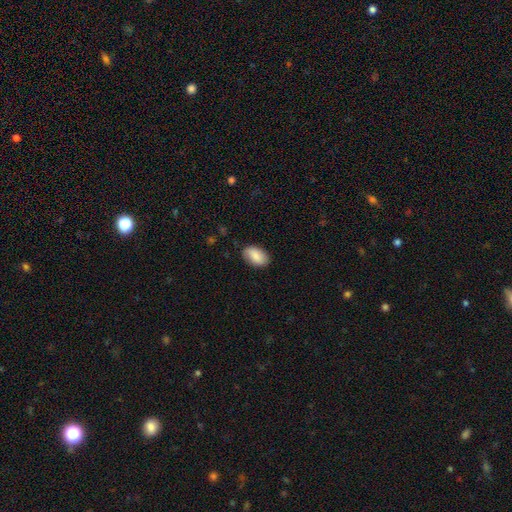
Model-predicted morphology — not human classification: This appears to be a smooth galaxy with no disk features (82%) that is in between round and cigar-shaped (92%). Merging: none (82%).